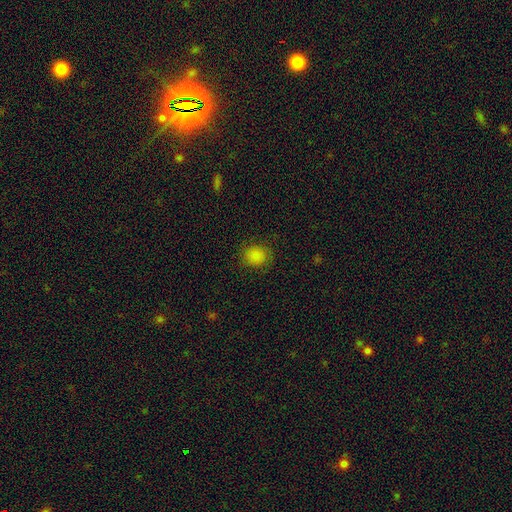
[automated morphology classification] Smooth or featured?
  - smooth: 84% *
  - star or artifact: 12%
  - featured or disk: 4%
How rounded?
  - round: 77% *
  - in between: 22%
  - cigar-shaped: 1%
Merging?
  - none: 85% *
  - minor disturbance: 10%
  - major disturbance: 4%
  - merger: 1%